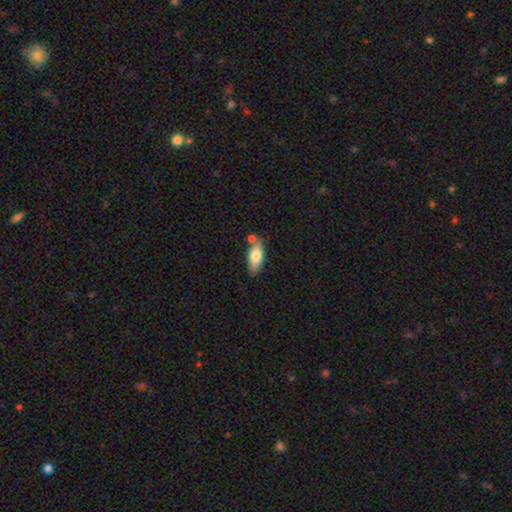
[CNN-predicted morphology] The model was most divided on "merging": none: 64%, minor disturbance: 17%, merger: 16%, major disturbance: 4%. More confident: how rounded — in between (79%); smooth or featured — smooth (74%).